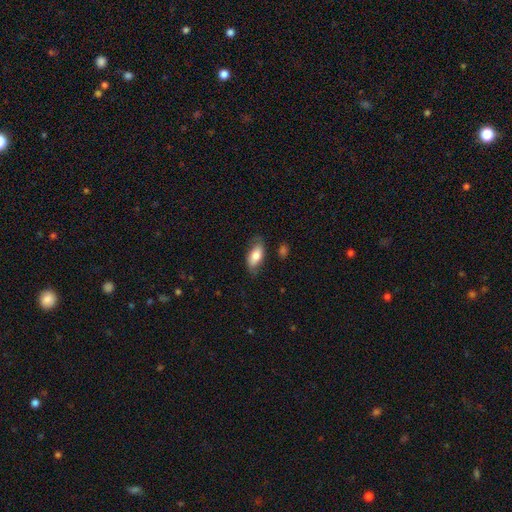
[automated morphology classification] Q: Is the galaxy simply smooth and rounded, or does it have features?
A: smooth — 75%.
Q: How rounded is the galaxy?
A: in between — 87%.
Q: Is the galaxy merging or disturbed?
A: none — 71%.